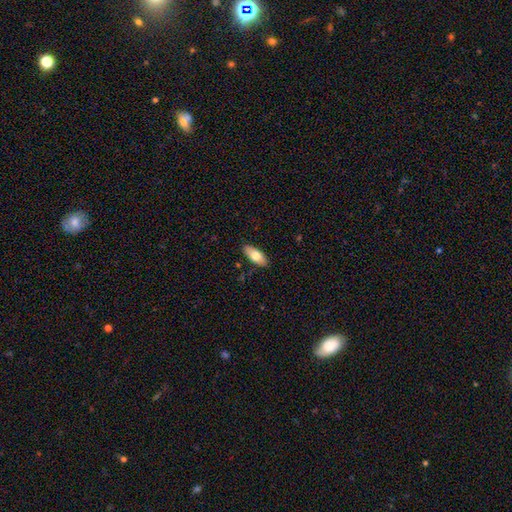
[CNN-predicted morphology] A smooth galaxy with no disk features (73%) that is in between round and cigar-shaped (85%).

Vote fractions:
- Smooth or featured? smooth: 73% / featured or disk: 21% / star or artifact: 6%
- How rounded? in between: 85% / cigar-shaped: 12% / round: 2%
- Merging? none: 88% / minor disturbance: 9% / major disturbance: 2% / merger: 1%